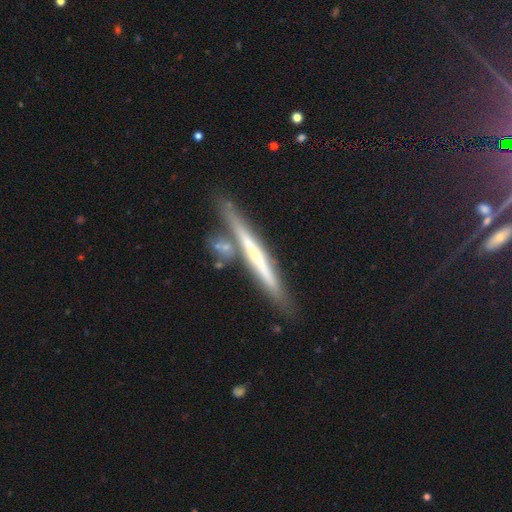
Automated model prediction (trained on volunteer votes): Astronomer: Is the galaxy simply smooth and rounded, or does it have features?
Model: featured or disk — 60%.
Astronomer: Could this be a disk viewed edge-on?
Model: yes — 95%.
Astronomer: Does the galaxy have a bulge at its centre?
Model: none — 70%.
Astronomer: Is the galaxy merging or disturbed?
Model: none — 73%.